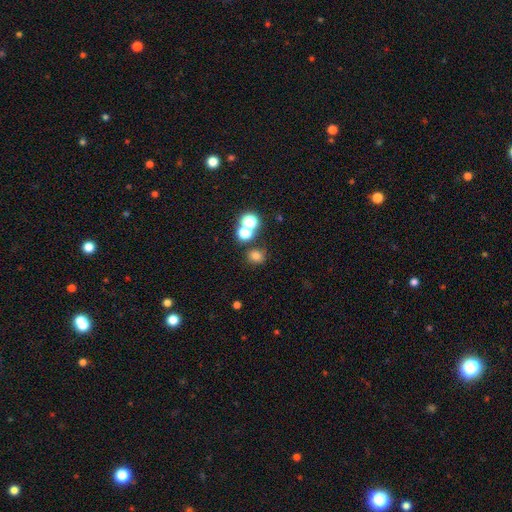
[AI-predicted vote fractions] The model was most divided on "smooth or featured": smooth: 71%, star or artifact: 21%, featured or disk: 8%. More confident: how rounded — round (77%); merging — none (71%).